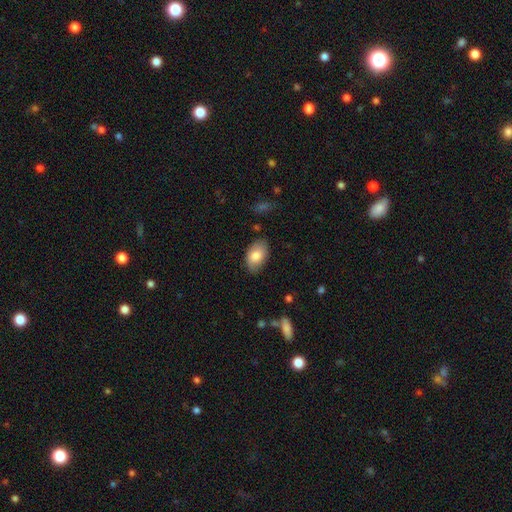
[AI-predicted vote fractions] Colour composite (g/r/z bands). It shows a smooth galaxy with no disk features (81%) that is in between round and cigar-shaped (92%). Merging: none (80%).